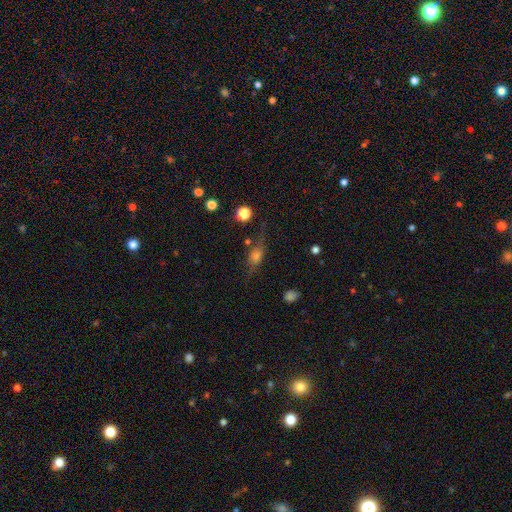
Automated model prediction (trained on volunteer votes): Smooth or featured?
  - smooth: 52% *
  - featured or disk: 33%
  - star or artifact: 16%
How rounded?
  - in between: 56% *
  - cigar-shaped: 24%
  - round: 21%
Merging?
  - none: 62% *
  - minor disturbance: 22%
  - major disturbance: 12%
  - merger: 5%